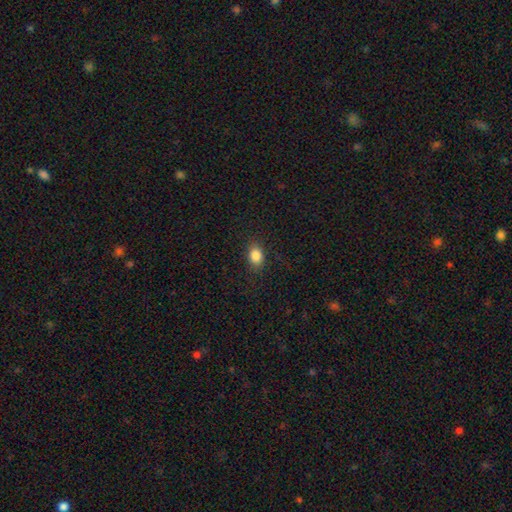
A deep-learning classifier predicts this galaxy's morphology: smooth-or-featured: smooth: 85% | star or artifact: 10% | featured or disk: 5%
  how-rounded: in between: 70% | round: 28% | cigar-shaped: 2%
  merging: none: 86% | minor disturbance: 10% | major disturbance: 3% | merger: 1%